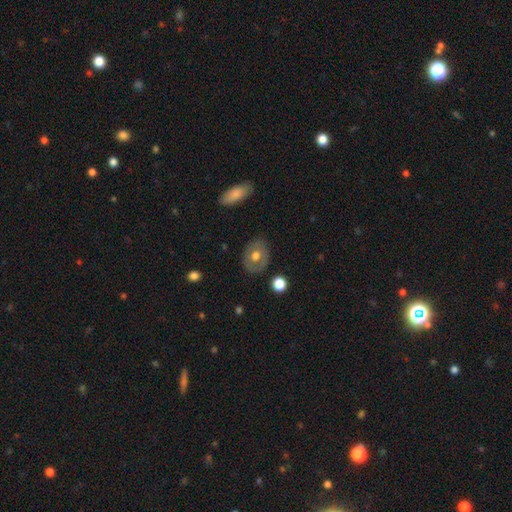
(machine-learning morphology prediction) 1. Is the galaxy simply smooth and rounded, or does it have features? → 56% smooth, 37% featured or disk, 7% star or artifact.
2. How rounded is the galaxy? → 58% in between, 40% round, 1% cigar-shaped.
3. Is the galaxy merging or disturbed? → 81% none, 13% minor disturbance, 4% major disturbance, 2% merger.